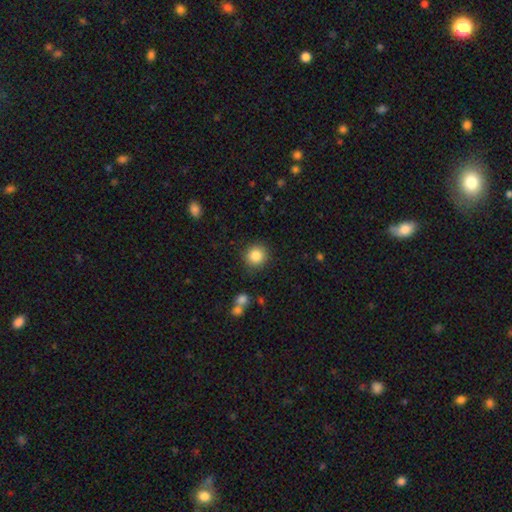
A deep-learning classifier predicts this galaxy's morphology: smooth 85%, star or artifact 10%, featured or disk 5%. Down the decision tree: how rounded — round (92%); merging — none (88%).